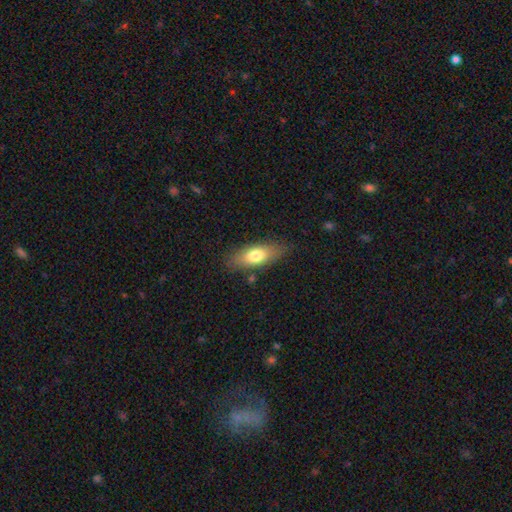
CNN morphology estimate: Smooth or featured? smooth (71%)
How rounded? in between (73%)
Merging? none (80%)